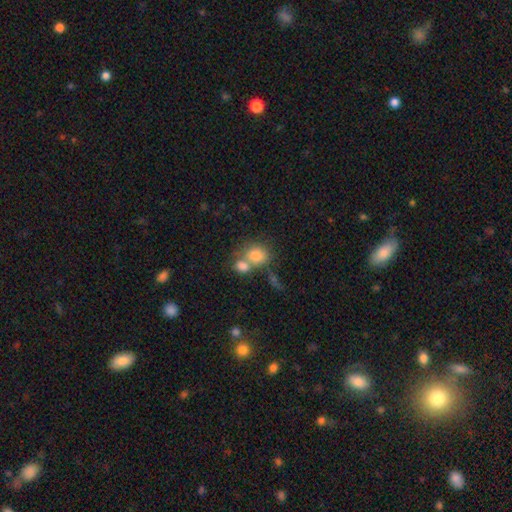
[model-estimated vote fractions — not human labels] Smooth or featured: smooth — 79% (featured or disk — 11%)
How rounded: round — 62% (in between — 37%)
Merging: merger — 53% (none — 32%)